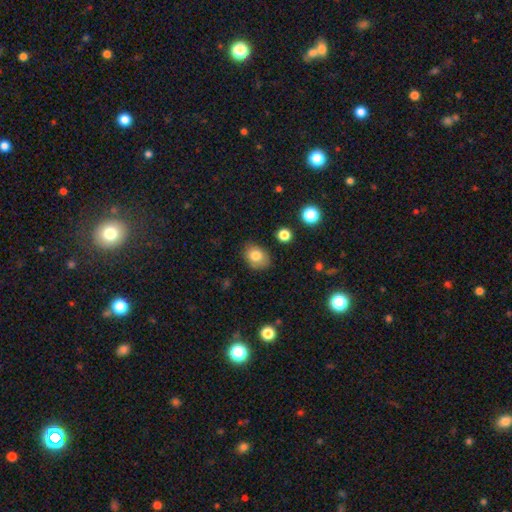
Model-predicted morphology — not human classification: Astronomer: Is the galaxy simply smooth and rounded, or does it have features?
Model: smooth — 80%.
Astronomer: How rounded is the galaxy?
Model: in between — 62%.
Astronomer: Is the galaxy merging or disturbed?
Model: none — 79%.